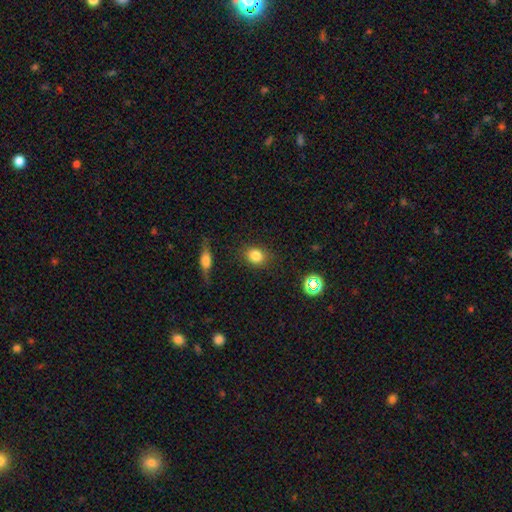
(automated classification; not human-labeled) This is clearly a smooth galaxy (83%). How rounded: likely round (60%). Merging: clearly none (84%).